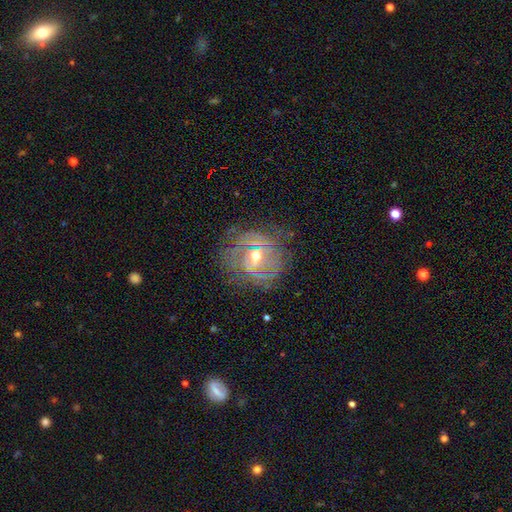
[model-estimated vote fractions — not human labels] This is likely a featured or disk galaxy (67%). It is clearly not viewed edge-on (93%). Bar: marginally weak (41%). Spiral arm pattern: likely yes (62%). Central bulge: likely moderate (68%). Merging: likely none (70%).